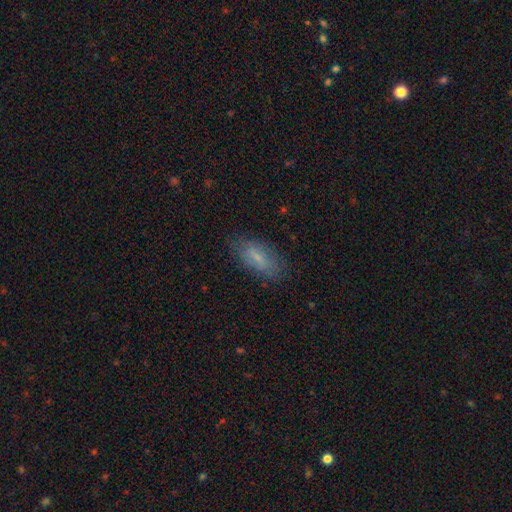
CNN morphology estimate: This appears to be a smooth galaxy with no disk features (68%) that is in between round and cigar-shaped (80%). Merging: none (80%).